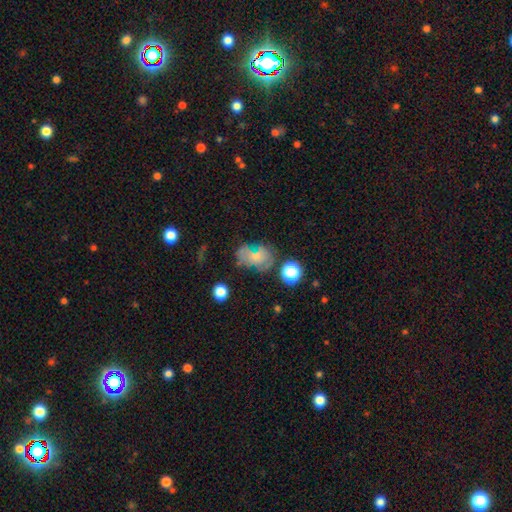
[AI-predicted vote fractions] Smooth or featured? smooth (53%)
How rounded? in between (63%)
Merging? none (46%)